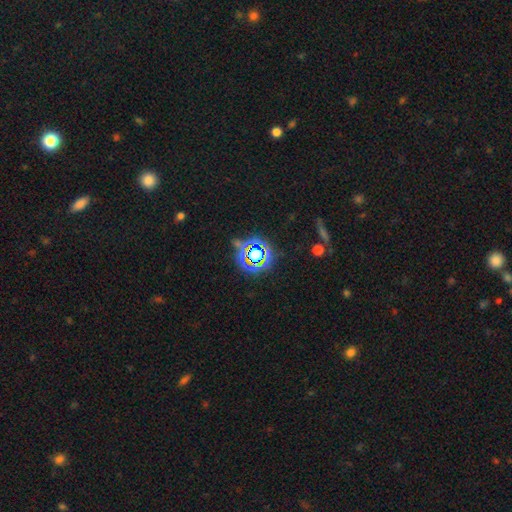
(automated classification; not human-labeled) smooth-or-featured: star or artifact: 76% | smooth: 14% | featured or disk: 10%